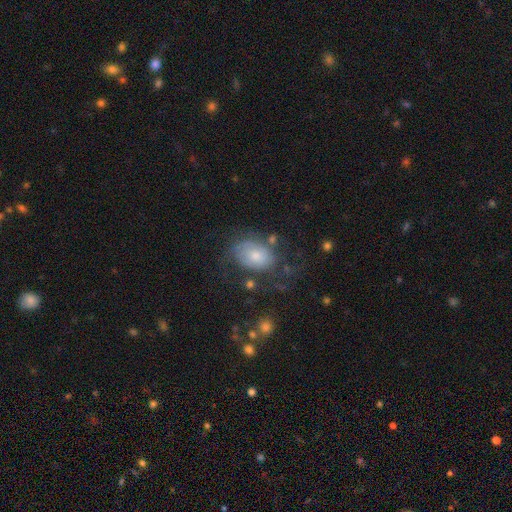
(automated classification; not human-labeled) The model was most divided on "smooth or featured": smooth: 50%, featured or disk: 41%, star or artifact: 10%. Remaining: merging — none (47%).